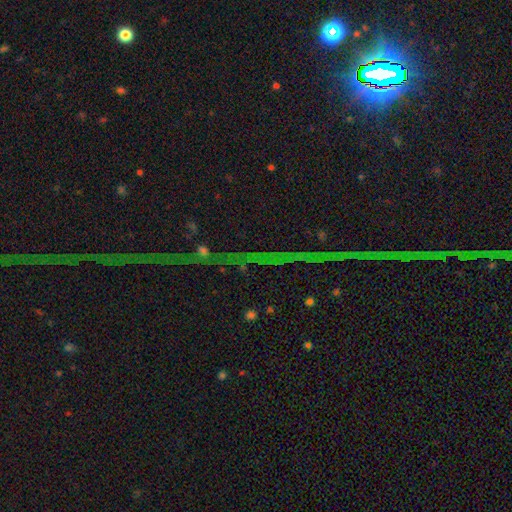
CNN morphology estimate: Smooth or featured: star or artifact — 82% (featured or disk — 10%)